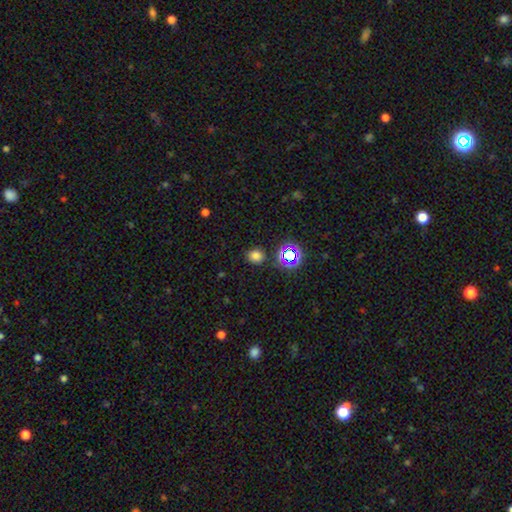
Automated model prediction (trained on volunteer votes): Smooth or featured: smooth — 72% (star or artifact — 23%)
How rounded: round — 73% (in between — 26%)
Merging: none — 84% (minor disturbance — 10%)